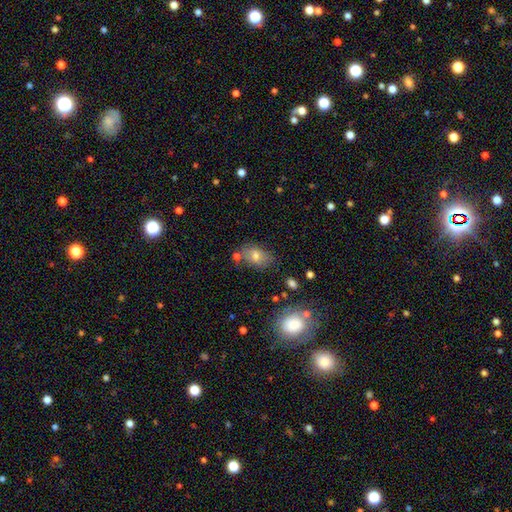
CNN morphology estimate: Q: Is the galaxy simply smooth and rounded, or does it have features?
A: smooth — 66%.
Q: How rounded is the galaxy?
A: in between — 83%.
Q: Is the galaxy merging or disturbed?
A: none — 66%.